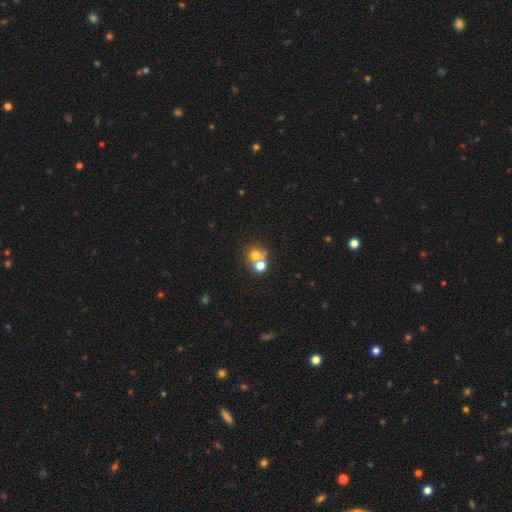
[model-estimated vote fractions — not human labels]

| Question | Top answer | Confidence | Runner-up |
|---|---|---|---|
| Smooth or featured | smooth | 66% | featured or disk (17%) |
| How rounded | round | 81% | in between (18%) |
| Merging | merger | 49% | none (40%) |